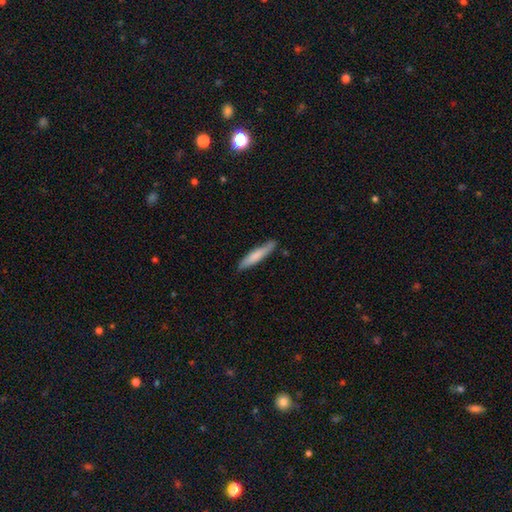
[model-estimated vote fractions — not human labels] Smooth or featured?
  - smooth: 74% *
  - featured or disk: 21%
  - star or artifact: 5%
How rounded?
  - cigar-shaped: 91% *
  - in between: 8%
  - round: 1%
Merging?
  - none: 84% *
  - minor disturbance: 13%
  - major disturbance: 2%
  - merger: 1%